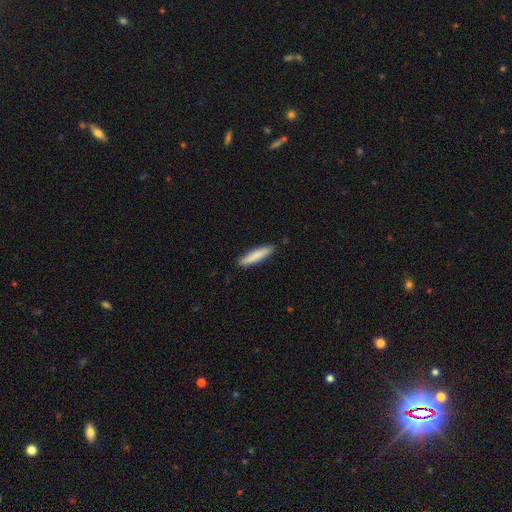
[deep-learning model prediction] Overall: smooth (85%). How rounded: cigar-shaped (84%). Merging: none (88%).